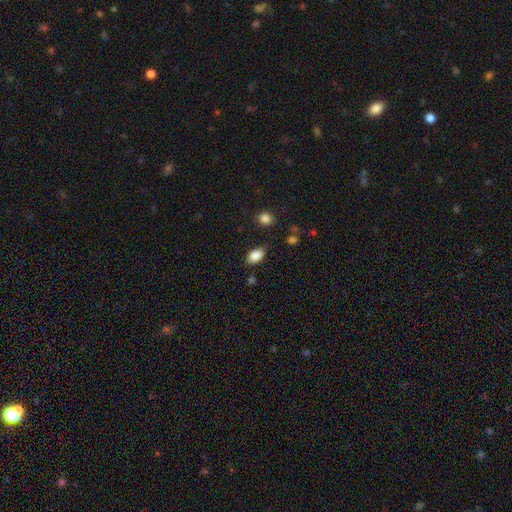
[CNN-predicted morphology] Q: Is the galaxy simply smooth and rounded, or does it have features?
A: smooth — 87%.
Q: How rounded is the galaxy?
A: in between — 90%.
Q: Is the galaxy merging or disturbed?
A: none — 80%.